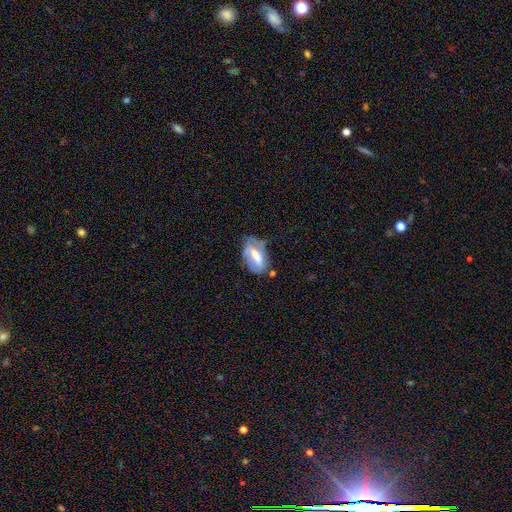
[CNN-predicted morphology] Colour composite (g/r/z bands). It shows a featured or disk galaxy (48%). Merging: none (46%).